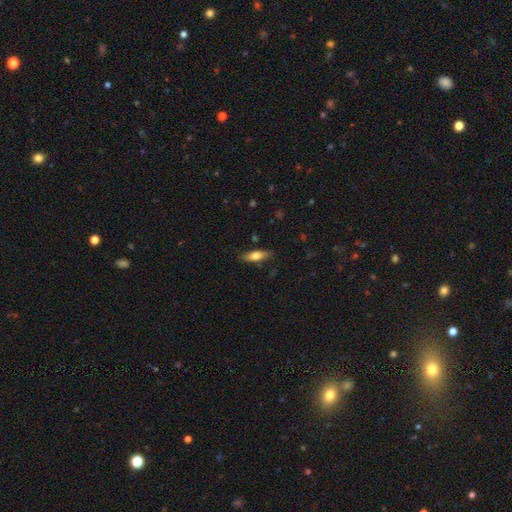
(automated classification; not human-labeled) smooth 72%, featured or disk 21%, star or artifact 7%. Down the decision tree: how rounded — in between (57%); merging — none (84%).